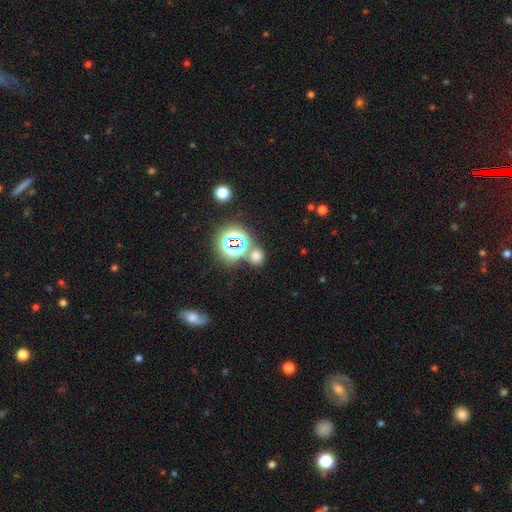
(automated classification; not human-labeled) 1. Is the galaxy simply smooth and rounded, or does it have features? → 61% smooth, 32% star or artifact, 7% featured or disk.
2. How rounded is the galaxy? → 76% round, 23% in between, 1% cigar-shaped.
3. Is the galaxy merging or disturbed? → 70% none, 17% merger, 9% minor disturbance, 4% major disturbance.